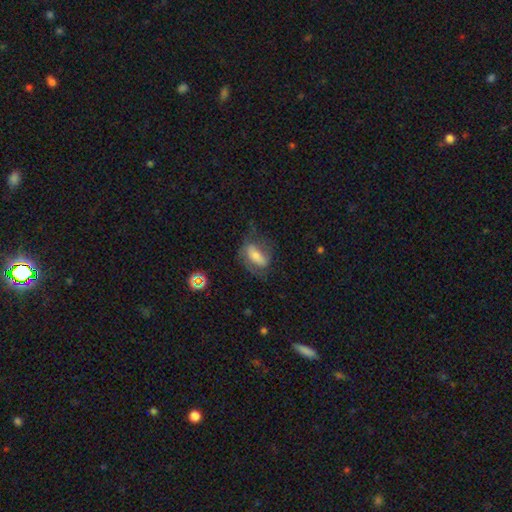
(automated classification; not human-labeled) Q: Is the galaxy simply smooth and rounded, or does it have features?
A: featured or disk — 47%.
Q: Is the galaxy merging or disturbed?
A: none — 53%.